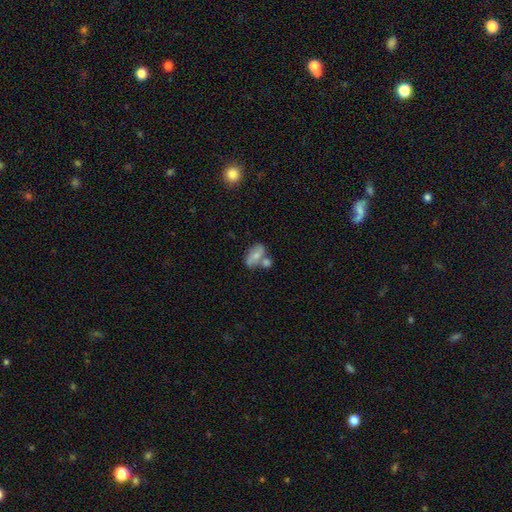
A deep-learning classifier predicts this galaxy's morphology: This appears to be a smooth galaxy with no disk features (57%) that is in between round and cigar-shaped (85%). Merging: merger (39%, tied with none).